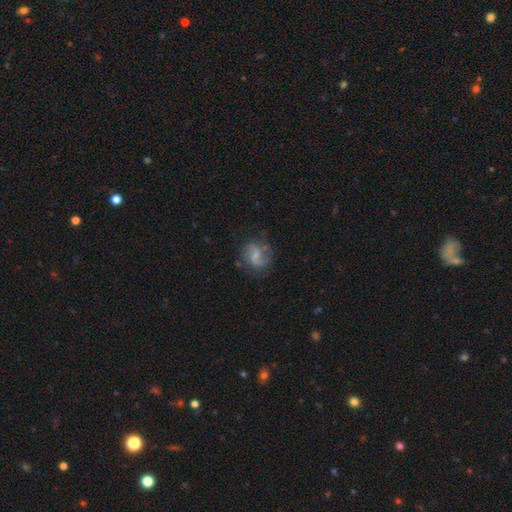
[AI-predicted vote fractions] Smooth or featured: featured or disk — 65% (smooth — 27%)
Edge-on disk: no — 98% (yes — 2%)
Bar: weak — 52% (no — 35%)
Spiral arms: yes — 90% (no — 10%)
Spiral winding: medium — 45% (loose — 41%)
Spiral arm count: 2 — 80% (1 — 9%)
Bulge size: small — 49% (moderate — 26%)
Merging: none — 67% (minor disturbance — 20%)